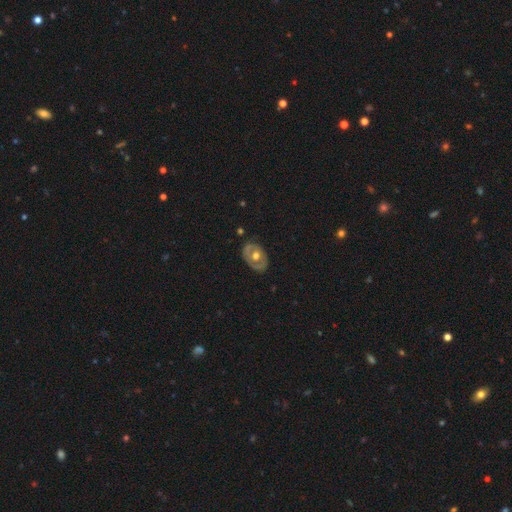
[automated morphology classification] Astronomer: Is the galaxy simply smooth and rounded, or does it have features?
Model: featured or disk — 58% (runner-up: smooth, 37%).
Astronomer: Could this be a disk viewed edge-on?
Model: no — 92%.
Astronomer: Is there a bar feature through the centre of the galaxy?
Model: no — 86%.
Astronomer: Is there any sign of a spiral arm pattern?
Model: no — 80%.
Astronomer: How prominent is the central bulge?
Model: moderate — 76%.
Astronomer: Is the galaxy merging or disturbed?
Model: none — 75%.